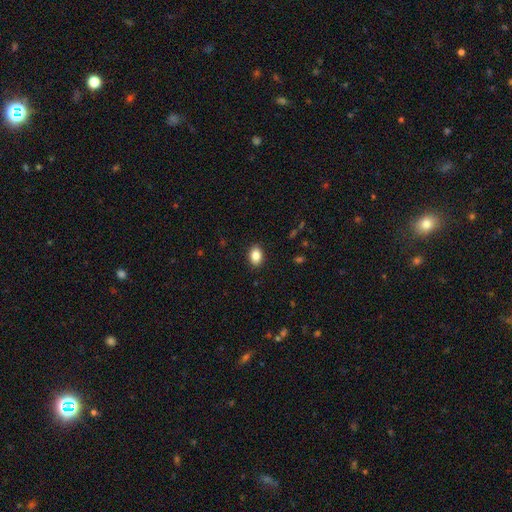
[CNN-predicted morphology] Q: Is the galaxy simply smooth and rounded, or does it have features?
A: smooth — 86%.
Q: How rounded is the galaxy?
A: in between — 80%.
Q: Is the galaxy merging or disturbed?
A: none — 89%.